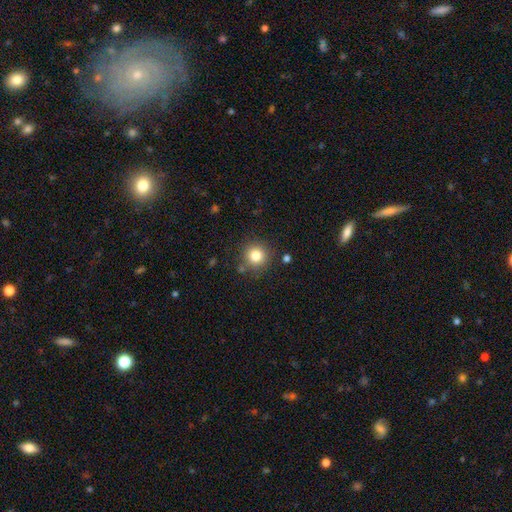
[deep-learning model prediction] smooth_or_featured: smooth (p=0.81) [alt: star or artifact p=0.12]
how_rounded: round (p=0.94) [alt: in between p=0.05]
merging: none (p=0.85) [alt: minor disturbance p=0.08]